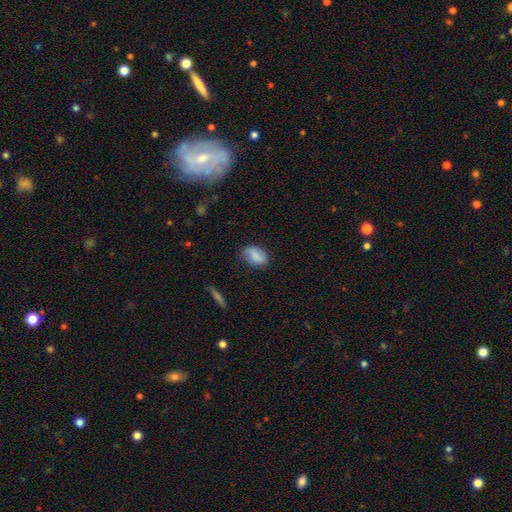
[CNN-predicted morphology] smooth_or_featured: smooth (p=0.76) [alt: featured or disk p=0.16]
how_rounded: in between (p=0.84) [alt: round p=0.14]
merging: none (p=0.70) [alt: minor disturbance p=0.23]